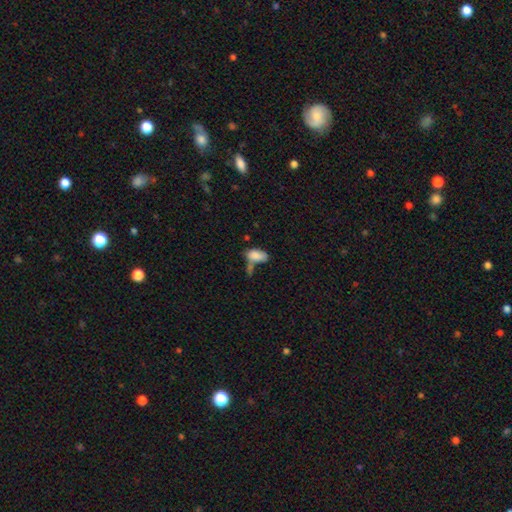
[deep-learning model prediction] smooth-or-featured: smooth: 82% | featured or disk: 9% | star or artifact: 8%
  how-rounded: in between: 93% | round: 4% | cigar-shaped: 4%
  merging: merger: 36% | none: 32% | minor disturbance: 19% | major disturbance: 13%